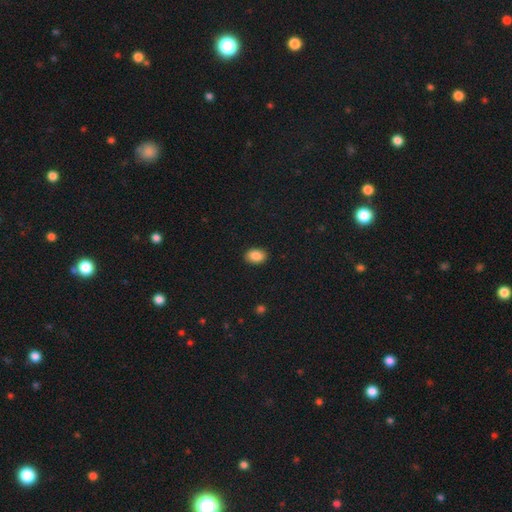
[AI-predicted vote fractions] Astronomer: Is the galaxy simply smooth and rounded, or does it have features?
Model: smooth — 88%.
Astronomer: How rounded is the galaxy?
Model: in between — 82%.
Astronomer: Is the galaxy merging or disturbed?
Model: none — 89%.